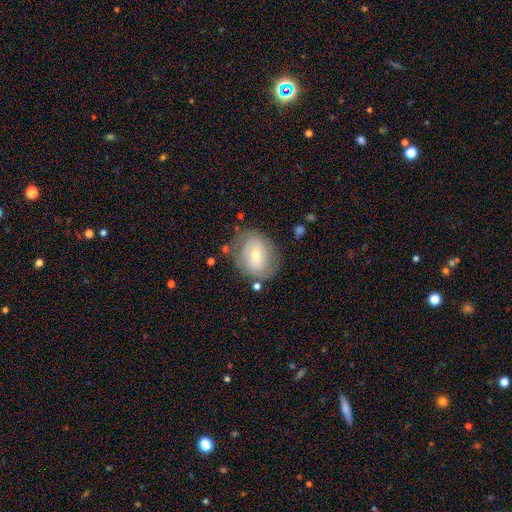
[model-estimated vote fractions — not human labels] Overall: featured or disk (56%; smooth 36%). Edge-on disk: no (95%). Bar: no (42%, tied with weak). Spiral arms: yes (62%; no 38%). Bulge size: moderate (49%; small 46%). Merging: none (70%).